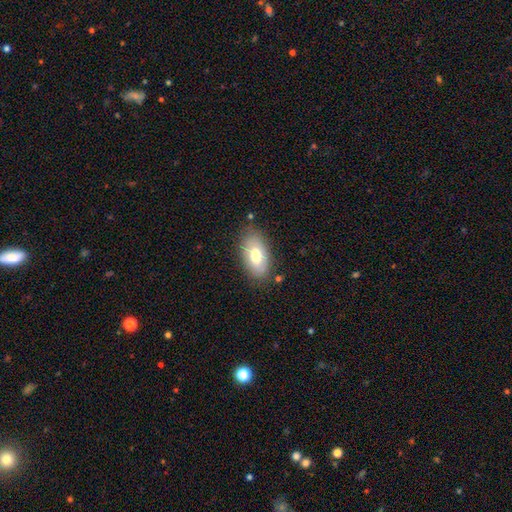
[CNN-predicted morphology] smooth_or_featured: smooth (p=0.70) [alt: featured or disk p=0.23]
how_rounded: in between (p=0.93) [alt: round p=0.04]
merging: none (p=0.77) [alt: minor disturbance p=0.16]